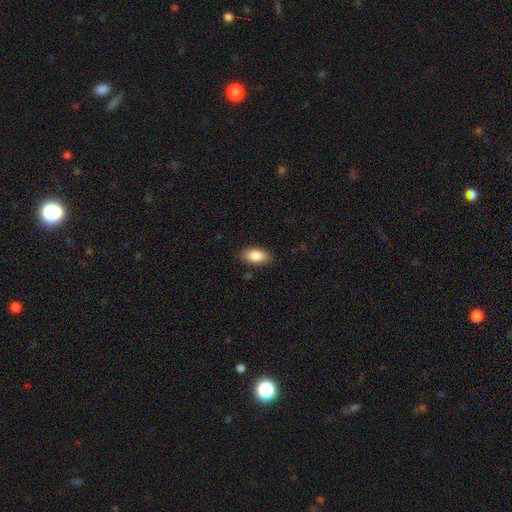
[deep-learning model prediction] This is clearly a smooth galaxy (86%). How rounded: clearly in between (92%). Merging: clearly none (87%).